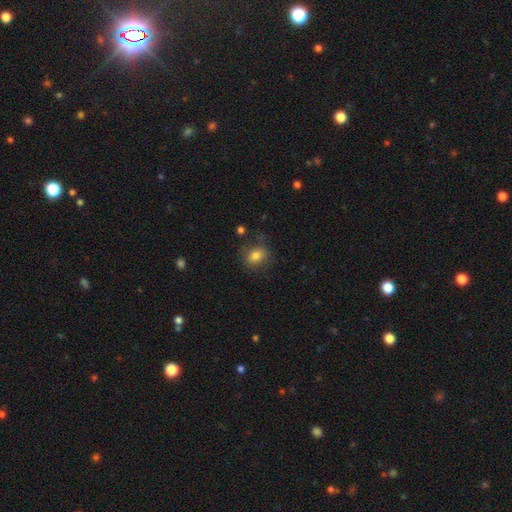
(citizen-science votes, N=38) Overall: smooth (76%). How rounded: in between (76%). Merging: none (89%).